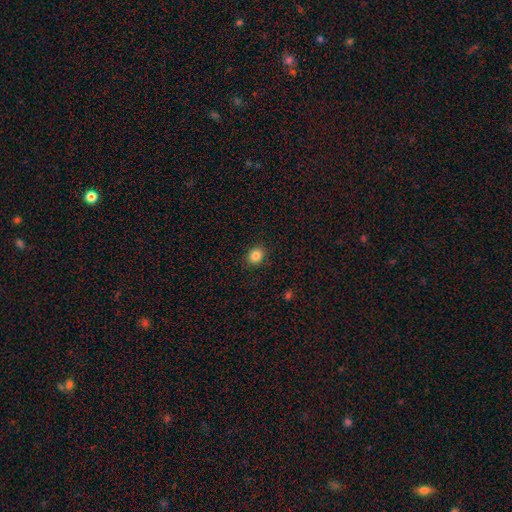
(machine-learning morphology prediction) type=smooth (85%); roundness=round (73%); merging=none (89%).